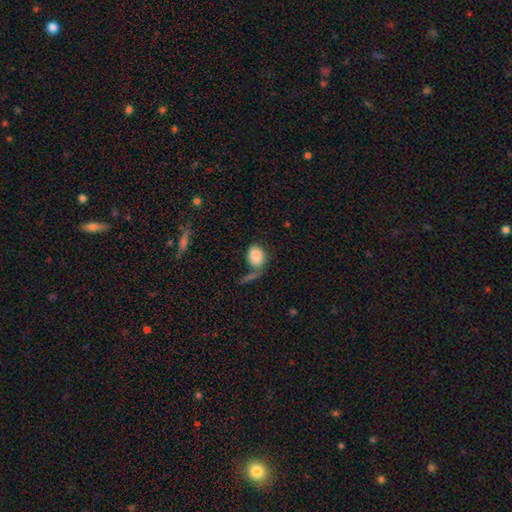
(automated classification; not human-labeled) smooth-or-featured: smooth: 85% | star or artifact: 8% | featured or disk: 7%
  how-rounded: in between: 70% | round: 29% | cigar-shaped: 2%
  merging: none: 44% | merger: 20% | minor disturbance: 19% | major disturbance: 17%